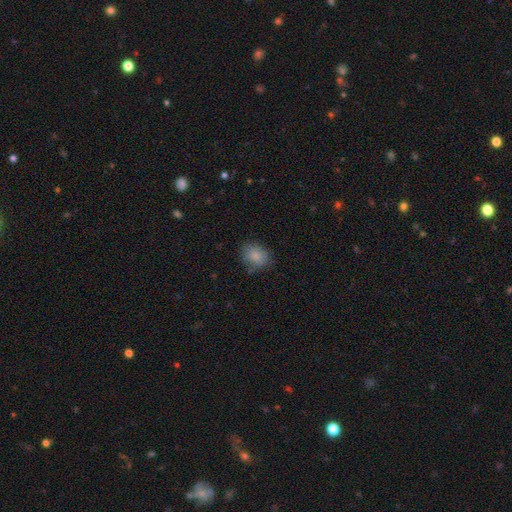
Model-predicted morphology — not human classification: A smooth galaxy with no disk features (85%) that is round (50%). Merging: none (78%).